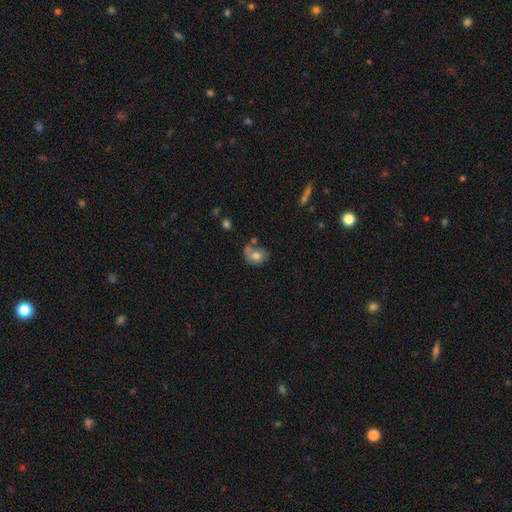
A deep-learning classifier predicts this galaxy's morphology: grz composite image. It shows a smooth galaxy with no disk features (68%) that is in between round and cigar-shaped (50%). Merging: none (40%).